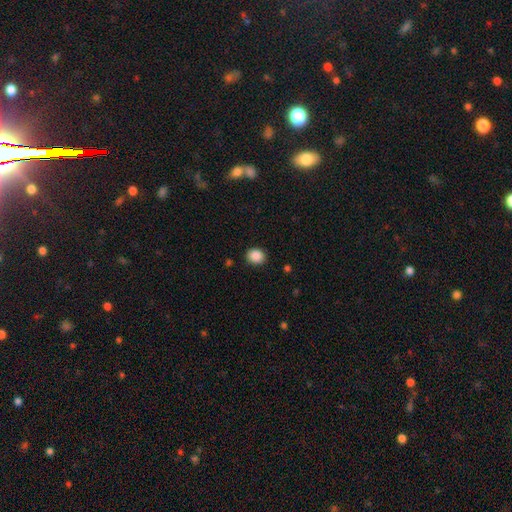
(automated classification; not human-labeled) Overall: smooth (88%). How rounded: round (67%; in between 32%). Merging: none (88%).